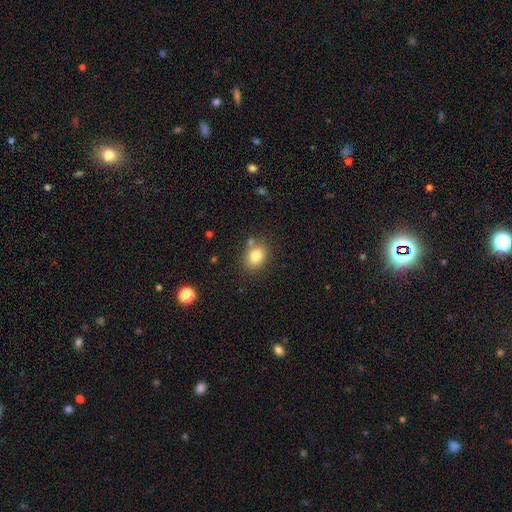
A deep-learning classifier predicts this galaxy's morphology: smooth 81%, star or artifact 11%, featured or disk 9%. Down the decision tree: how rounded — in between (53%); merging — none (77%).